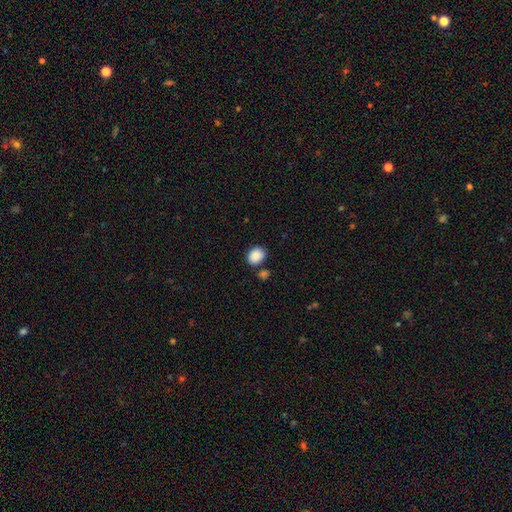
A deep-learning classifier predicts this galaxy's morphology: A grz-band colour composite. It shows a smooth galaxy with no disk features (89%) that is in between round and cigar-shaped (52%). Merging: none (76%).